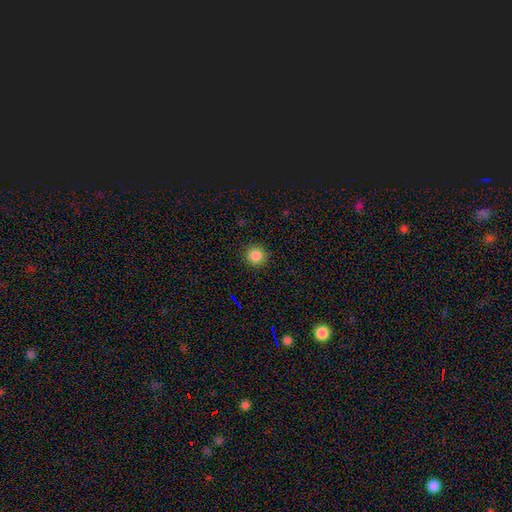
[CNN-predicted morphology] Q: Smooth or featured?
A: smooth (85%); runner-up: star or artifact (11%)
Q: How rounded?
A: round (94%); runner-up: in between (5%)
Q: Merging?
A: none (91%); runner-up: minor disturbance (6%)